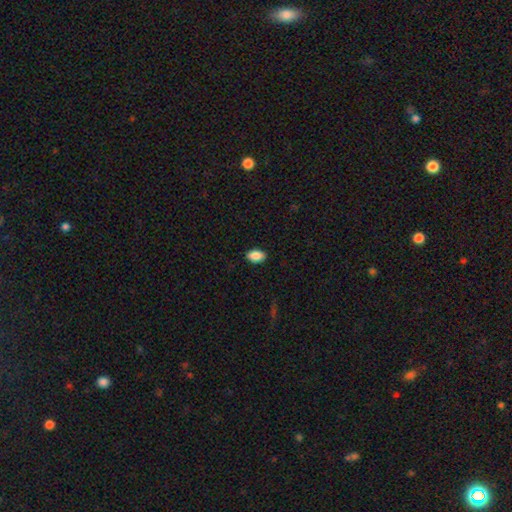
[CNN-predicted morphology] Smooth or featured? Predicted: smooth (p=0.88). How rounded? Predicted: in between (p=0.91). Merging? Predicted: none (p=0.88).